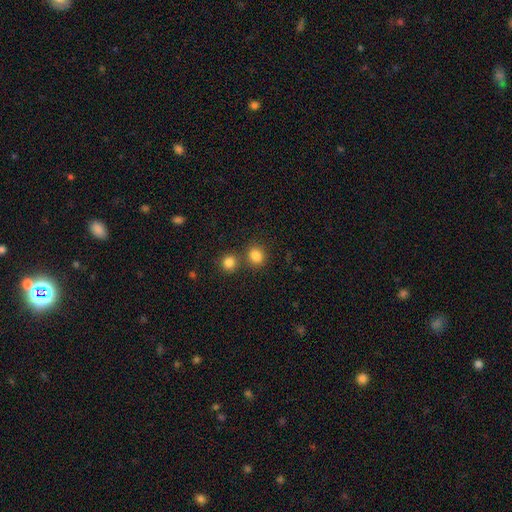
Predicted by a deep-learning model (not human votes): This appears to be a smooth galaxy with no disk features (84%) that is round (77%). Merging: none (68%).